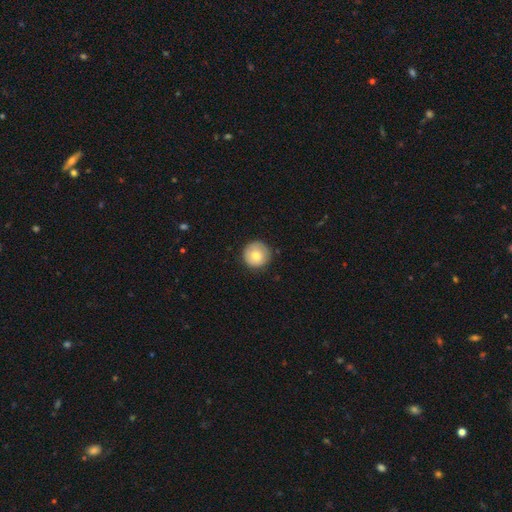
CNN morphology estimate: A smooth galaxy with no disk features (76%) that is round (95%).

Vote fractions:
- Smooth or featured? smooth: 76% / featured or disk: 17% / star or artifact: 7%
- How rounded? round: 95% / in between: 4% / cigar-shaped: 1%
- Merging? none: 84% / minor disturbance: 12% / major disturbance: 3% / merger: 1%